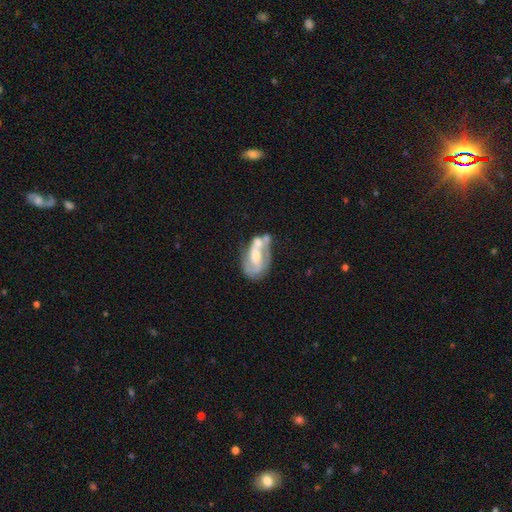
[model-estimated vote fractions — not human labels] Smooth or featured?
  - featured or disk: 76% *
  - smooth: 18%
  - star or artifact: 6%
Edge-on disk?
  - no: 96% *
  - yes: 4%
Bar?
  - no: 40% *
  - weak: 37%
  - strong: 24%
Spiral arms?
  - yes: 80% *
  - no: 20%
Spiral winding?
  - medium: 44% *
  - tight: 29%
  - loose: 27%
Spiral arm count?
  - 2: 72% *
  - can't tell: 13%
  - 1: 9%
  - 3: 4%
  - 4: 1%
  - more than 4: 1%
Bulge size?
  - moderate: 47% *
  - small: 39%
  - none: 6%
  - large: 6%
  - dominant: 1%
Merging?
  - none: 33% *
  - merger: 30%
  - minor disturbance: 21%
  - major disturbance: 17%